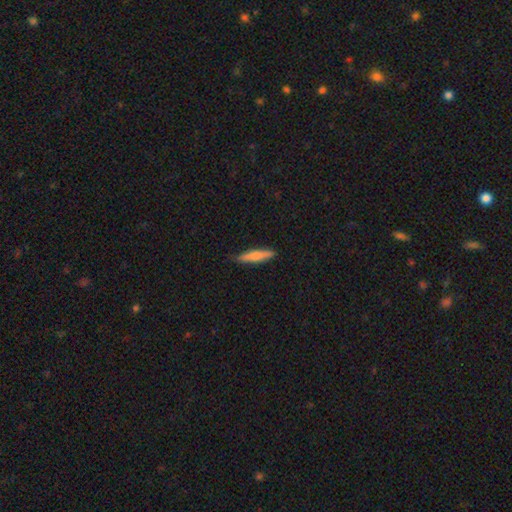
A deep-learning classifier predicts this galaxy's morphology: smooth-or-featured: smooth: 69% | featured or disk: 25% | star or artifact: 6%
  how-rounded: cigar-shaped: 87% | in between: 11% | round: 2%
  merging: none: 88% | minor disturbance: 10% | major disturbance: 2% | merger: 1%